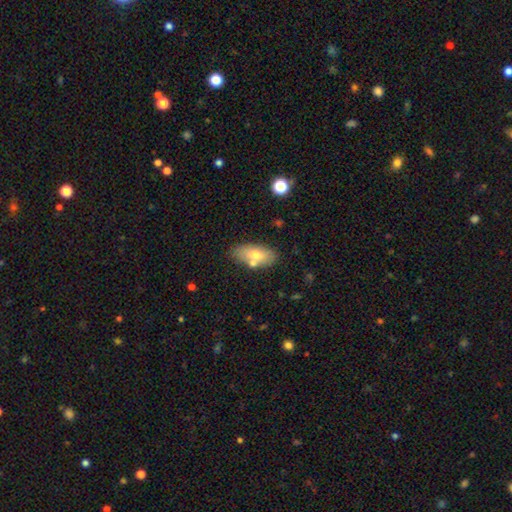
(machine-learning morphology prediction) A smooth galaxy with no disk features (68%) that is in between round and cigar-shaped (89%). Merging: none (67%).